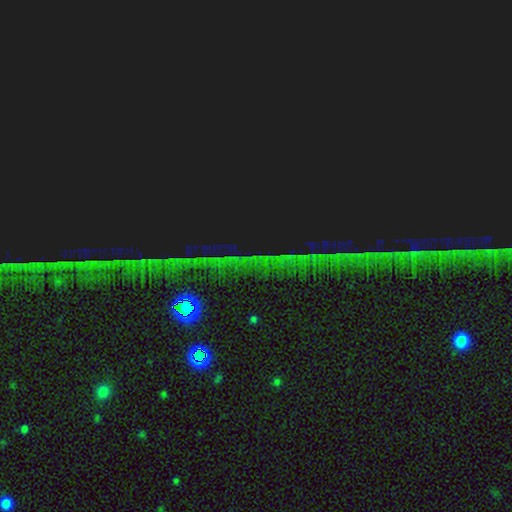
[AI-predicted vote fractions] This is clearly a star or artifact rather than a galaxy (85%).